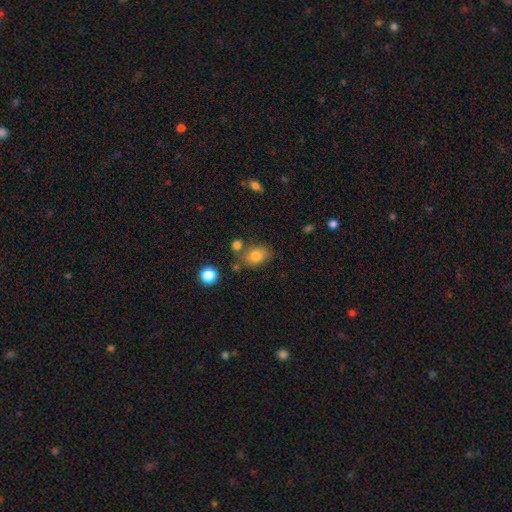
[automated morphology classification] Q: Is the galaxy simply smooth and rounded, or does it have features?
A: smooth — 80%.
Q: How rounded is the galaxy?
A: in between — 71%.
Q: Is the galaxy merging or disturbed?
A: none — 66%.